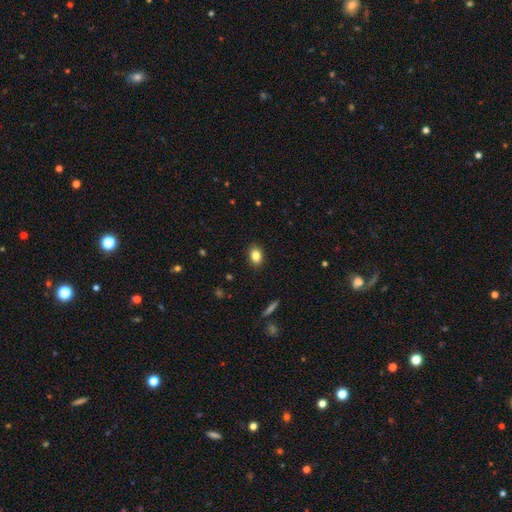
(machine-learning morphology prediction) smooth_or_featured: smooth (p=0.84) [alt: star or artifact p=0.09]
how_rounded: in between (p=0.75) [alt: round p=0.24]
merging: none (p=0.89) [alt: minor disturbance p=0.08]